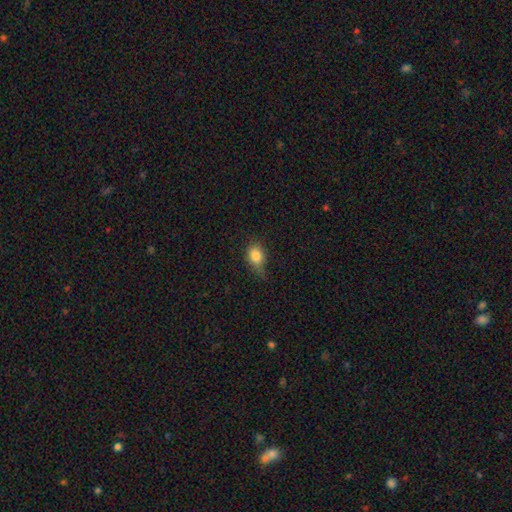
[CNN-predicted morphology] Q: Smooth or featured?
A: smooth (82%); runner-up: star or artifact (10%)
Q: How rounded?
A: in between (65%); runner-up: round (32%)
Q: Merging?
A: none (54%); runner-up: minor disturbance (35%)